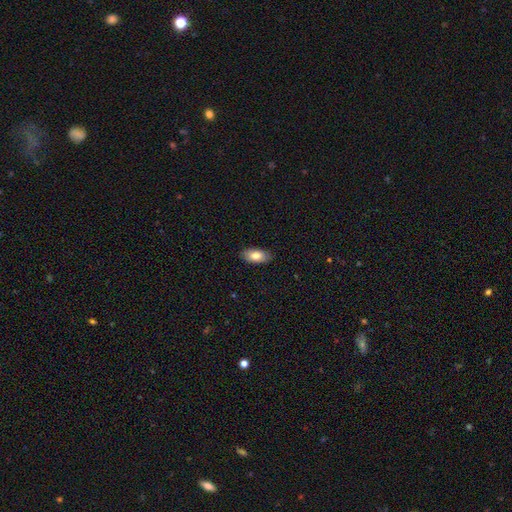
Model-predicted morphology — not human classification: smooth-or-featured: smooth: 81% | featured or disk: 12% | star or artifact: 7%
  how-rounded: in between: 92% | cigar-shaped: 6% | round: 3%
  merging: none: 88% | minor disturbance: 9% | major disturbance: 2% | merger: 1%